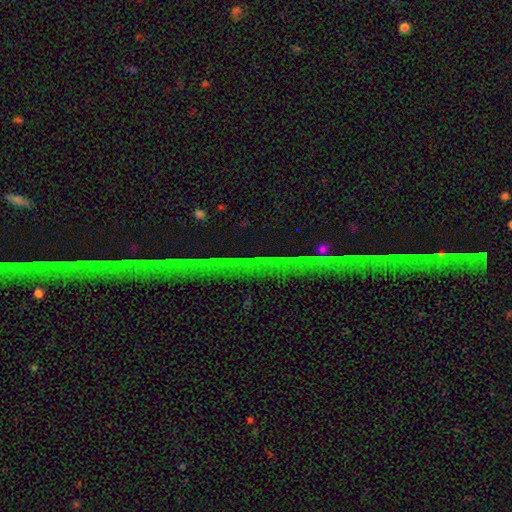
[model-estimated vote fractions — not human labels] smooth_or_featured: star or artifact (p=0.71) [alt: featured or disk p=0.15]